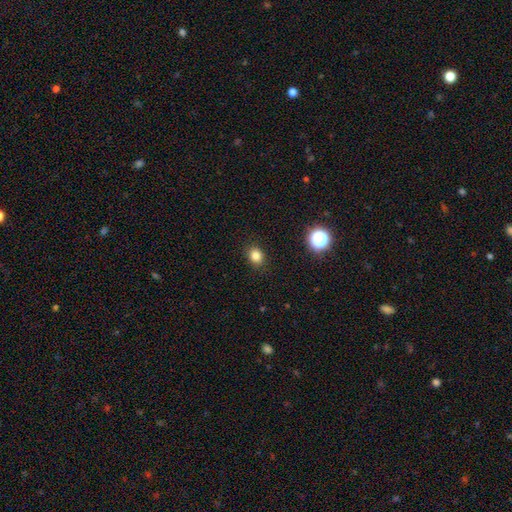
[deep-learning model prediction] Smooth or featured? Predicted: smooth (p=0.82). How rounded? Predicted: round (p=0.62). Merging? Predicted: none (p=0.89).